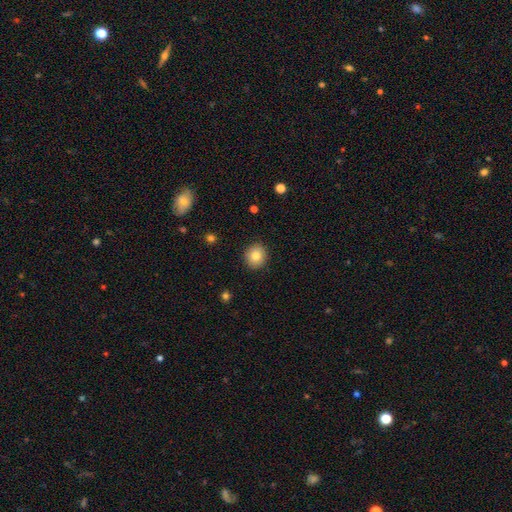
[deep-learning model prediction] The model was most divided on "how rounded": round: 85%, in between: 14%, cigar-shaped: 1%. More confident: merging — none (91%); smooth or featured — smooth (83%).